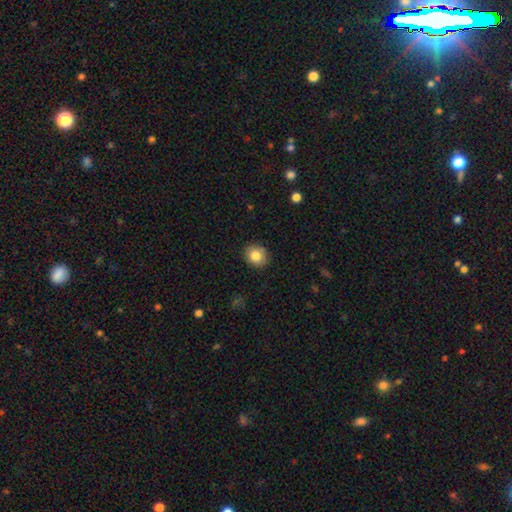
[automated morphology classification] Smooth or featured?
  - smooth: 83% *
  - star or artifact: 9%
  - featured or disk: 8%
How rounded?
  - round: 74% *
  - in between: 25%
  - cigar-shaped: 1%
Merging?
  - none: 89% *
  - minor disturbance: 9%
  - major disturbance: 2%
  - merger: 1%